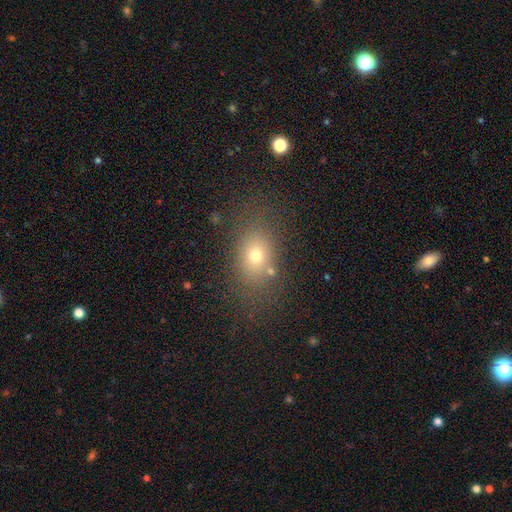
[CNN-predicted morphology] type=smooth (69%); roundness=in between (67%); merging=none (75%).